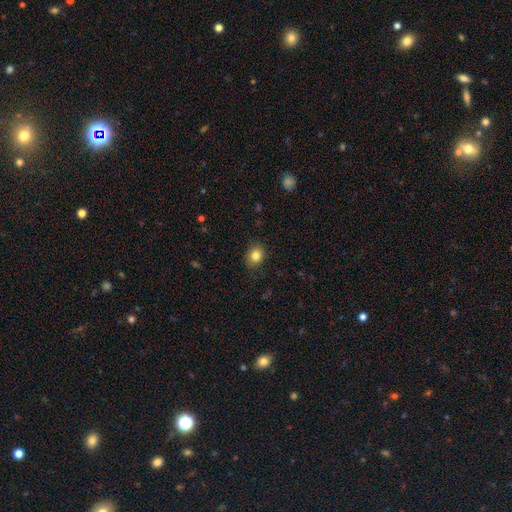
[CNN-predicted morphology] The model was most divided on "how rounded": round: 53%, in between: 46%, cigar-shaped: 1%. More confident: smooth or featured — smooth (84%); merging — none (83%).